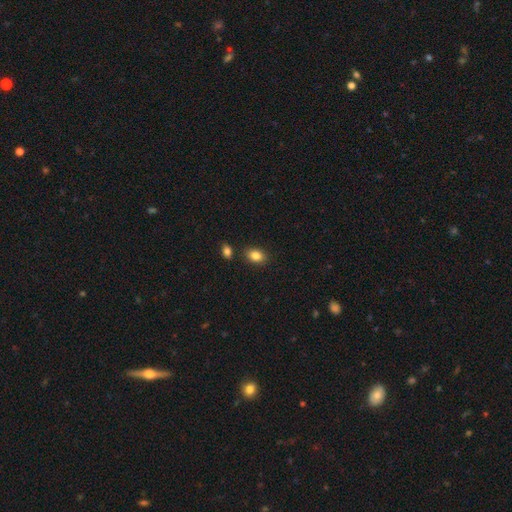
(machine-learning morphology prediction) Q: Smooth or featured?
A: smooth (85%); runner-up: star or artifact (9%)
Q: How rounded?
A: in between (80%); runner-up: round (19%)
Q: Merging?
A: none (82%); runner-up: minor disturbance (10%)